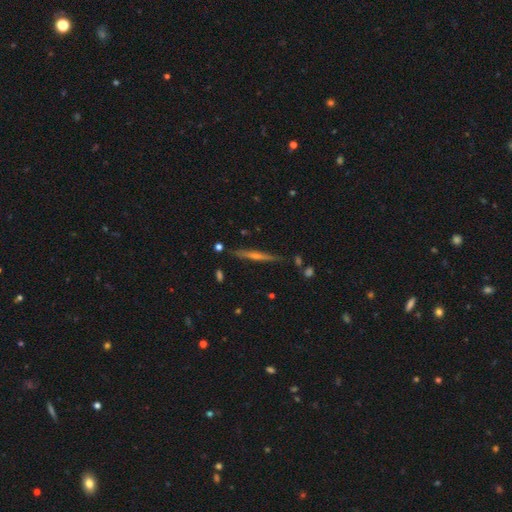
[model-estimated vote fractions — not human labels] Smooth or featured? featured or disk (65%)
Edge-on disk? yes (97%)
Edge-on bulge? rounded (54%)
Merging? none (88%)